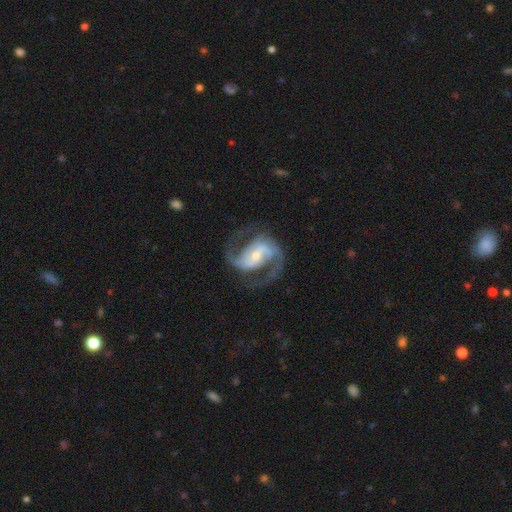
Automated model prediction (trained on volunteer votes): Overall: featured or disk (92%). Edge-on disk: no (98%). Bar: weak (41%; strong 39%). Spiral arms: yes (98%). Spiral arm count: 2 (93%). Spiral winding: medium (61%; loose 26%). Bulge size: small (48%; moderate 45%). Merging: none (75%).